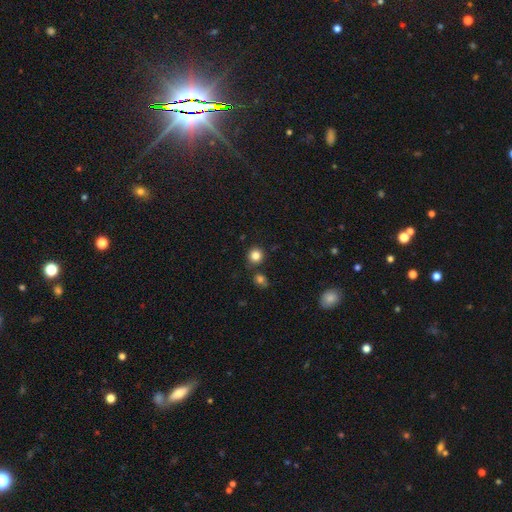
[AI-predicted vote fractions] Smooth or featured? Predicted: smooth (p=0.83). How rounded? Predicted: round (p=0.91). Merging? Predicted: none (p=0.83).